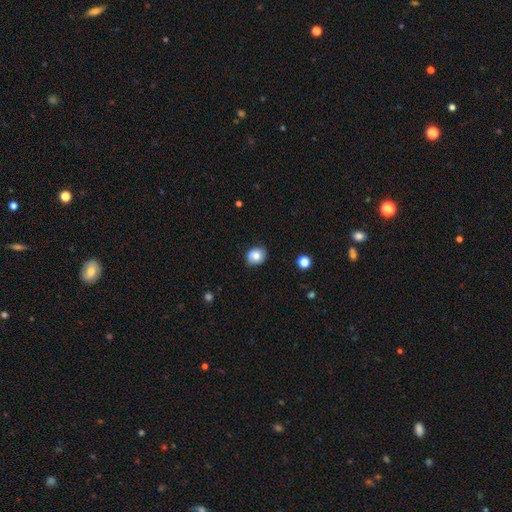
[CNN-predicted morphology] smooth_or_featured: smooth (p=0.79) [alt: featured or disk p=0.12]
how_rounded: round (p=0.65) [alt: in between p=0.34]
merging: none (p=0.81) [alt: minor disturbance p=0.15]